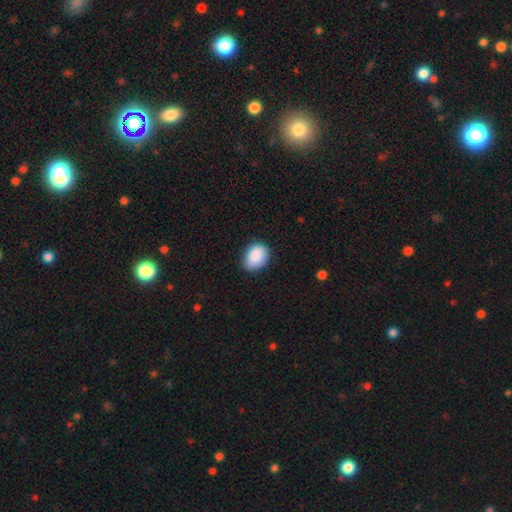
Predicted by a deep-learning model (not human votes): Smooth or featured? Predicted: smooth (p=0.86). How rounded? Predicted: in between (p=0.61). Merging? Predicted: none (p=0.77).